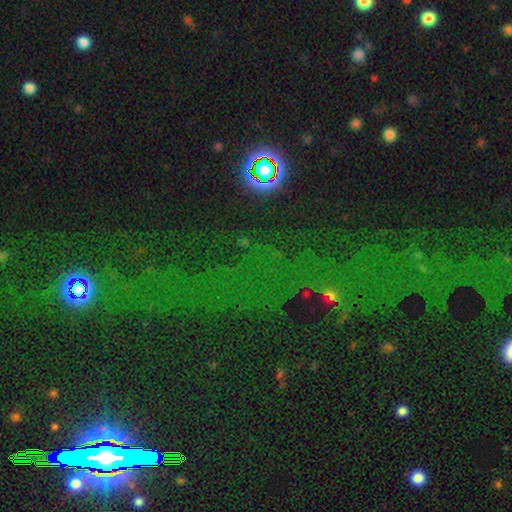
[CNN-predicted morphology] The model was most divided on "smooth or featured": star or artifact: 72%, smooth: 16%, featured or disk: 12%.